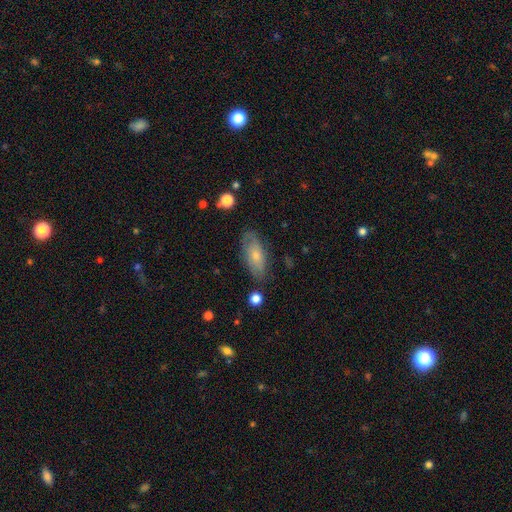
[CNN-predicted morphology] smooth-or-featured: smooth: 60% | featured or disk: 33% | star or artifact: 7%
  how-rounded: in between: 84% | cigar-shaped: 12% | round: 3%
  merging: none: 74% | minor disturbance: 19% | major disturbance: 5% | merger: 2%